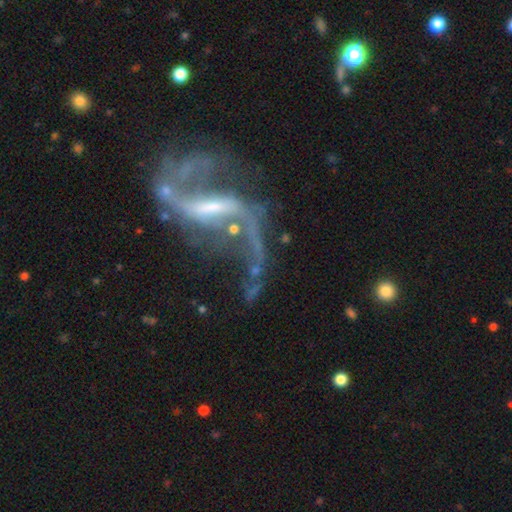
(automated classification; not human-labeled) Smooth or featured?
  - featured or disk: 89% *
  - star or artifact: 7%
  - smooth: 4%
Edge-on disk?
  - no: 96% *
  - yes: 4%
Bar?
  - strong: 50% *
  - weak: 38%
  - no: 12%
Spiral arms?
  - yes: 95% *
  - no: 5%
Spiral winding?
  - loose: 83% *
  - medium: 13%
  - tight: 4%
Spiral arm count?
  - 2: 90% *
  - can't tell: 3%
  - 1: 3%
  - 3: 2%
  - 4: 1%
  - more than 4: 1%
Bulge size?
  - small: 53% *
  - moderate: 22%
  - none: 21%
  - large: 3%
  - dominant: 1%
Merging?
  - none: 53% *
  - major disturbance: 23%
  - minor disturbance: 17%
  - merger: 8%